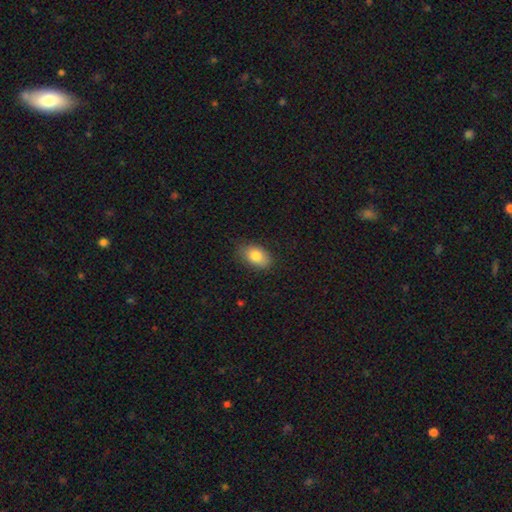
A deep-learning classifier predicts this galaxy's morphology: Smooth or featured? Predicted: smooth (p=0.82). How rounded? Predicted: in between (p=0.89). Merging? Predicted: none (p=0.80).